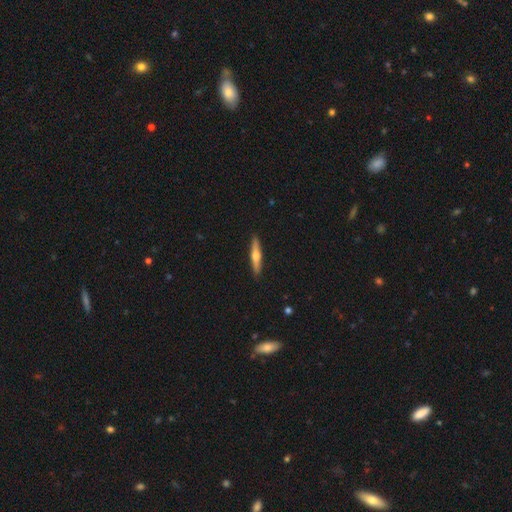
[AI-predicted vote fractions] A featured or disk galaxy (53%) viewed edge-on (96%) with a rounded central bulge (90%). Merging: none (91%).